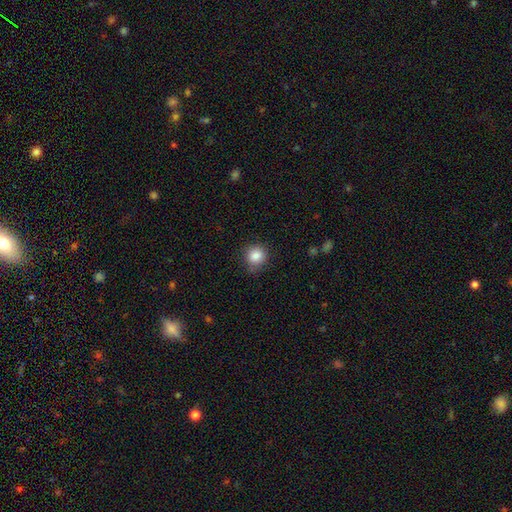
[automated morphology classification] A smooth galaxy with no disk features (85%) that is round (89%). Merging: none (82%).